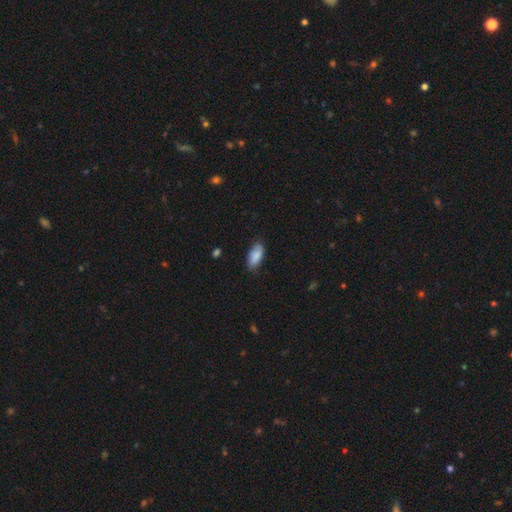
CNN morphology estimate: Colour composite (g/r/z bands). It shows a smooth galaxy with no disk features (88%) that is in between round and cigar-shaped (90%). Merging: none (78%).